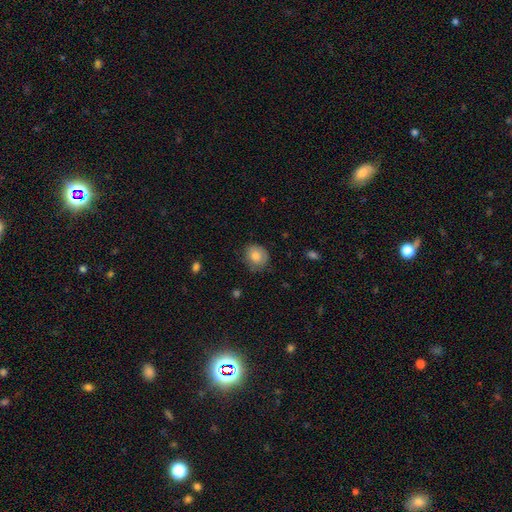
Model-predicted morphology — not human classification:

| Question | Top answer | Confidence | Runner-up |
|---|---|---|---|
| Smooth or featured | smooth | 81% | featured or disk (11%) |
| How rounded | round | 77% | in between (23%) |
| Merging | none | 73% | minor disturbance (21%) |